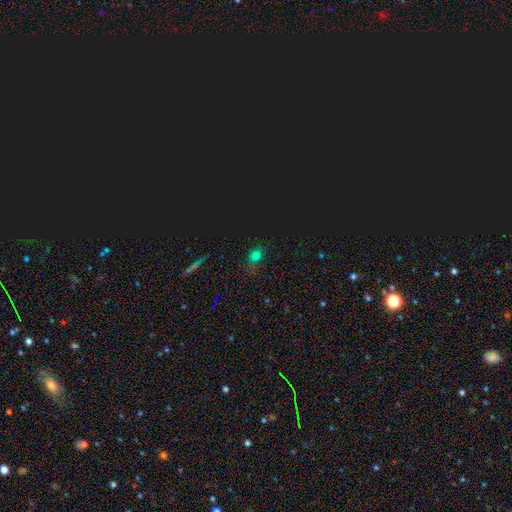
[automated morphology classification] A smooth galaxy with no disk features (57%) that is round (65%). Merging: none (70%).